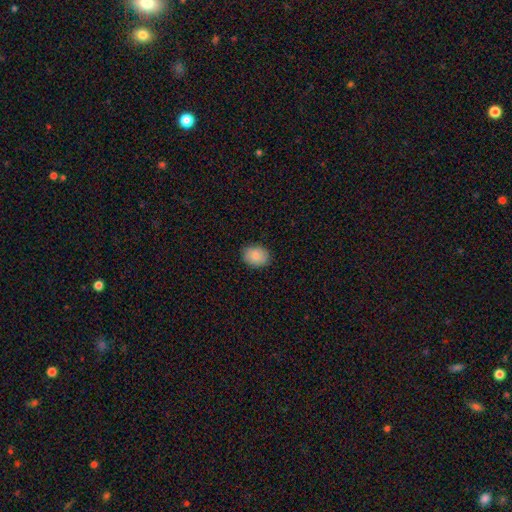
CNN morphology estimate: smooth_or_featured: smooth (p=0.87) [alt: star or artifact p=0.07]
how_rounded: in between (p=0.54) [alt: round p=0.45]
merging: none (p=0.88) [alt: minor disturbance p=0.09]